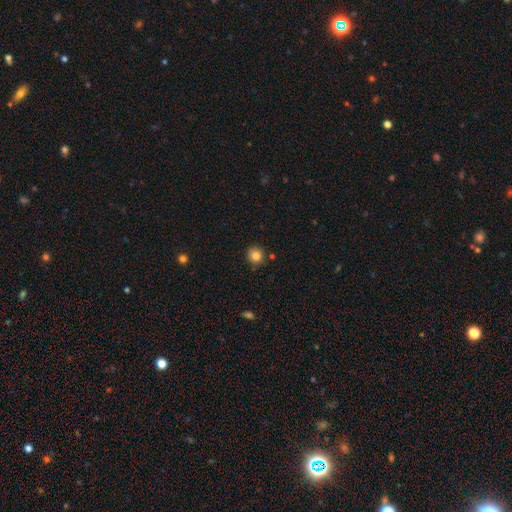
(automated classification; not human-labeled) smooth_or_featured: smooth (p=0.83) [alt: star or artifact p=0.11]
how_rounded: round (p=0.91) [alt: in between p=0.08]
merging: none (p=0.85) [alt: minor disturbance p=0.10]